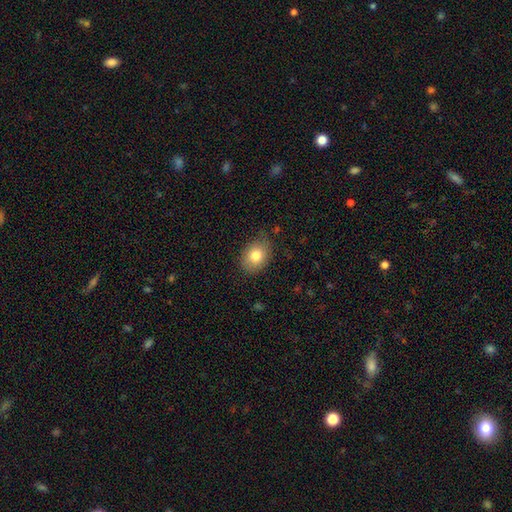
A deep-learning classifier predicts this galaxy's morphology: Overall: smooth (80%). How rounded: in between (61%; round 38%). Merging: none (77%).